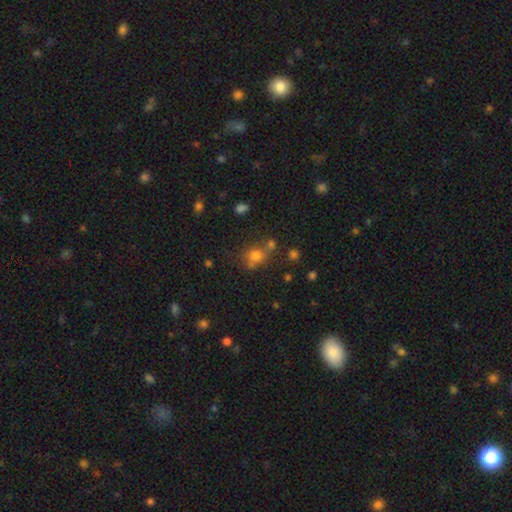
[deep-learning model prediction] smooth_or_featured: smooth (p=0.71) [alt: star or artifact p=0.18]
how_rounded: round (p=0.66) [alt: in between p=0.33]
merging: none (p=0.49) [alt: merger p=0.26]